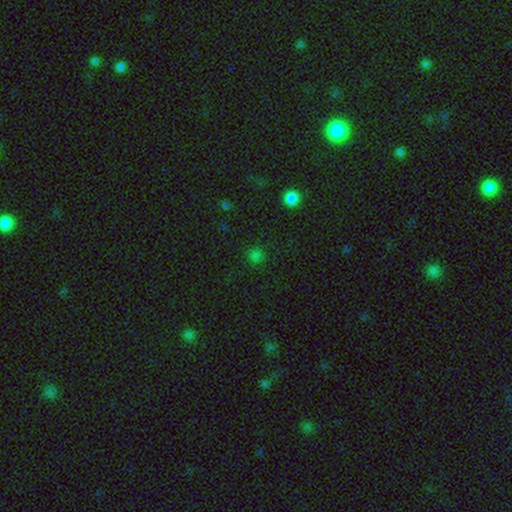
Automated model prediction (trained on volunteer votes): Smooth or featured: smooth — 71% (star or artifact — 25%)
How rounded: round — 90% (in between — 9%)
Merging: none — 86% (minor disturbance — 9%)